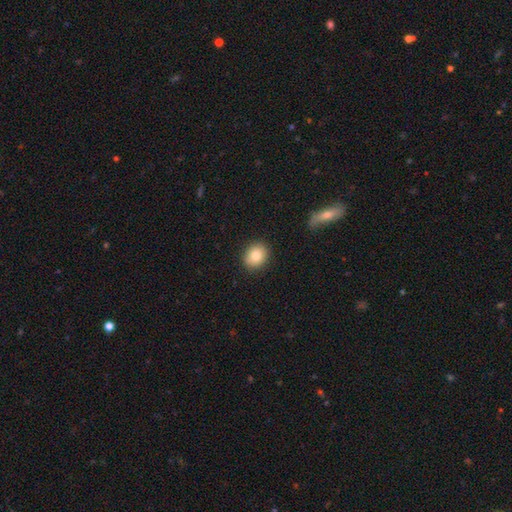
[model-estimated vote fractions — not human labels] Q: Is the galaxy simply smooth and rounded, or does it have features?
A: smooth — 83%.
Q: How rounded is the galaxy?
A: round — 60%.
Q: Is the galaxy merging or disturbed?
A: none — 89%.